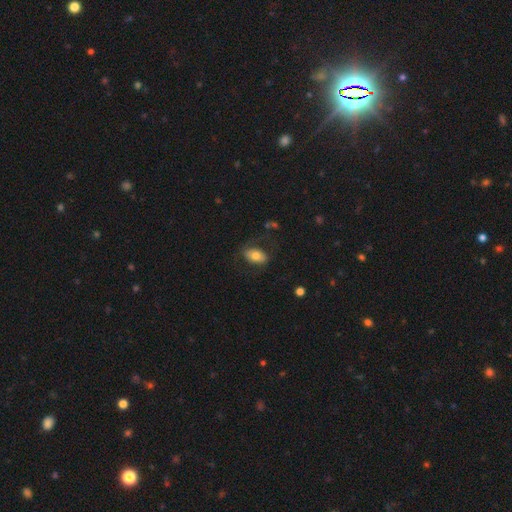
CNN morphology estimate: Smooth or featured? Predicted: smooth (p=0.67). How rounded? Predicted: in between (p=0.91). Merging? Predicted: none (p=0.65).